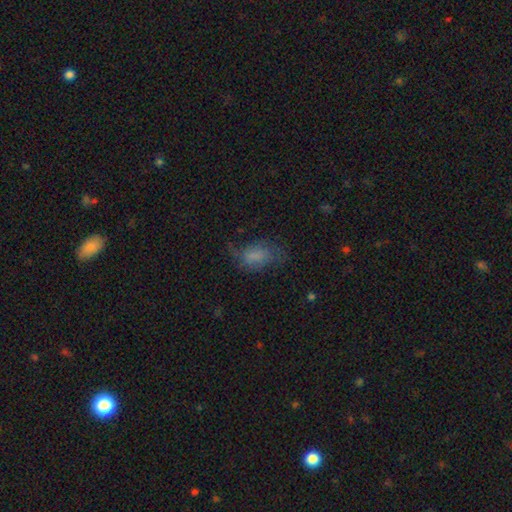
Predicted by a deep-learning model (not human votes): Q: Smooth or featured?
A: smooth (65%); runner-up: featured or disk (24%)
Q: How rounded?
A: in between (88%); runner-up: round (9%)
Q: Merging?
A: none (46%); runner-up: minor disturbance (28%)